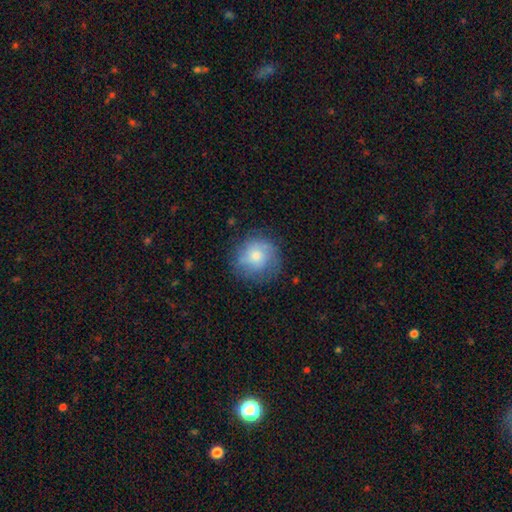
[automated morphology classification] The model was most divided on "smooth or featured": smooth: 59%, featured or disk: 32%, star or artifact: 9%. More confident: how rounded — round (90%); merging — none (75%).